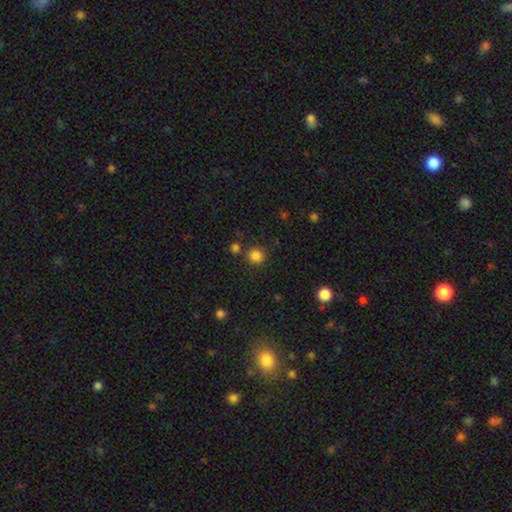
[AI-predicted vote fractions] This appears to be a smooth galaxy with no disk features (84%) that is round (91%). Merging: none (81%).